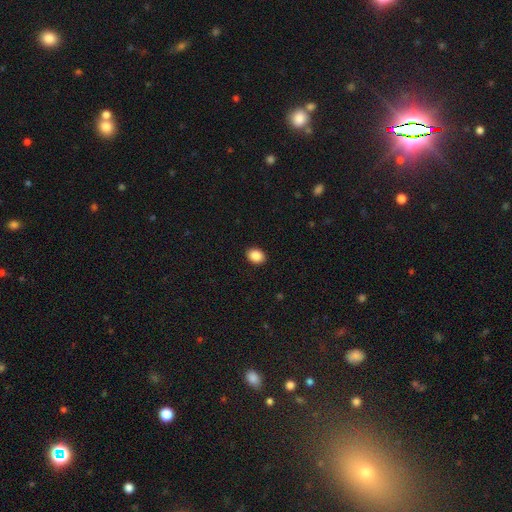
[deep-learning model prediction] Smooth or featured? smooth (89%)
How rounded? in between (63%)
Merging? none (91%)